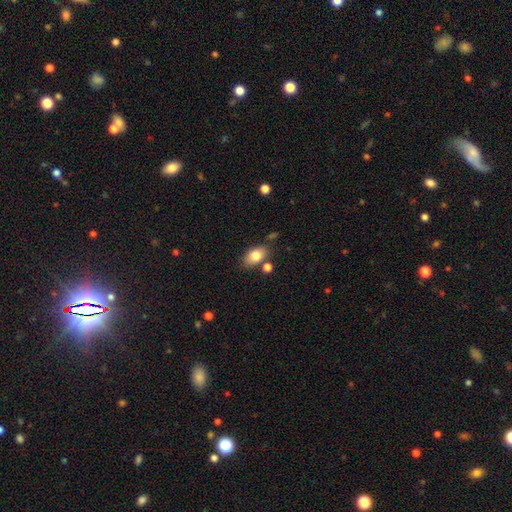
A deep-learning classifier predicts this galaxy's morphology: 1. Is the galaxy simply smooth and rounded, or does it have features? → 81% smooth, 11% featured or disk, 8% star or artifact.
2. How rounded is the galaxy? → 88% in between, 10% round, 2% cigar-shaped.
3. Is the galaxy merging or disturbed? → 71% none, 15% minor disturbance, 10% merger, 4% major disturbance.